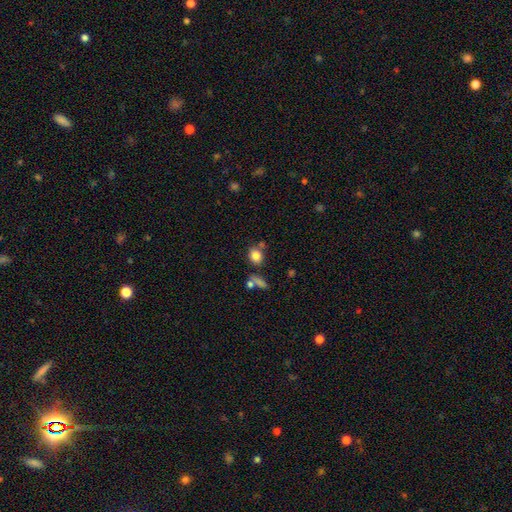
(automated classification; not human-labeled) This is clearly a smooth galaxy (81%). How rounded: likely round (63%). Merging: likely none (64%).